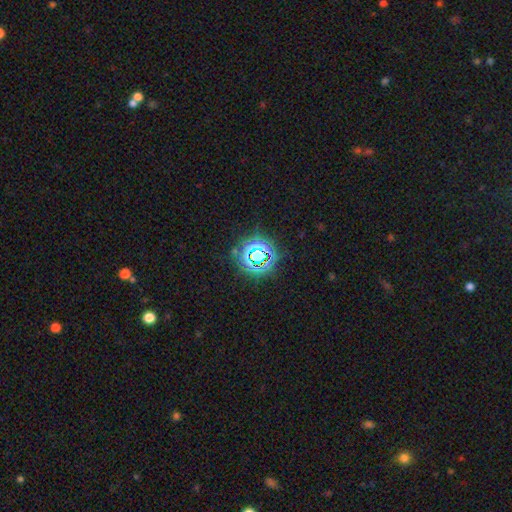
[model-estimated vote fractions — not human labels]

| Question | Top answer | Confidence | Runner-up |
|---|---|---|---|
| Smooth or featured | star or artifact | 69% | smooth (21%) |